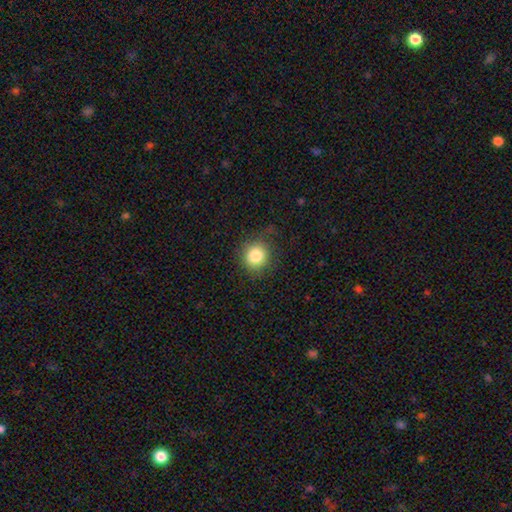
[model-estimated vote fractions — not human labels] Smooth or featured? smooth (83%)
How rounded? round (88%)
Merging? none (83%)